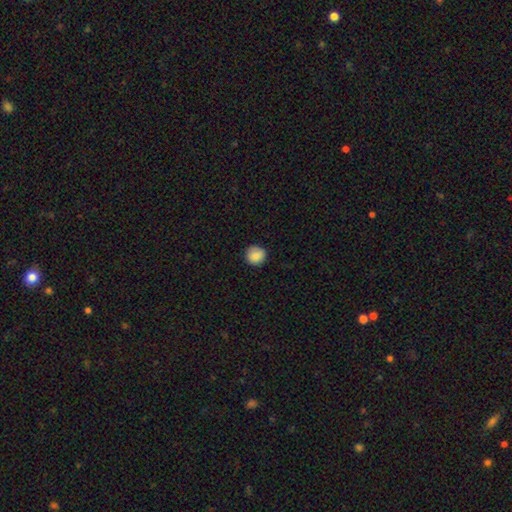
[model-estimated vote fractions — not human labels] smooth 88%, star or artifact 9%, featured or disk 4%. Down the decision tree: how rounded — round (93%); merging — none (88%).